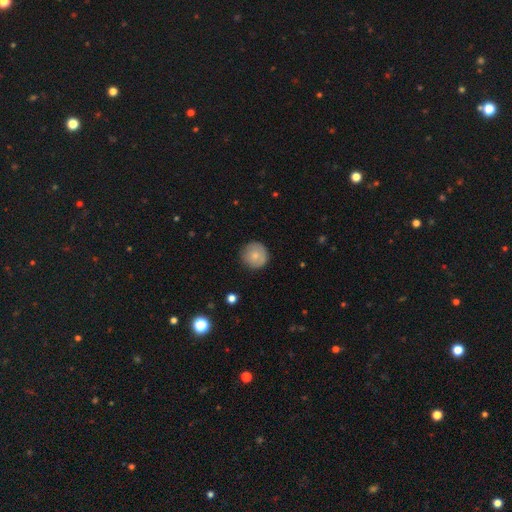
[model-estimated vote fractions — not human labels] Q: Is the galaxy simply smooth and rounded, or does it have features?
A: smooth — 77%.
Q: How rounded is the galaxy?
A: round — 95%.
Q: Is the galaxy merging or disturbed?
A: none — 85%.